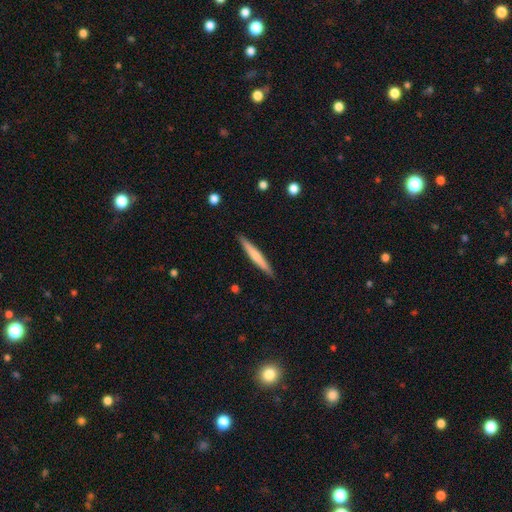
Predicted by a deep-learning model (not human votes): Q: Smooth or featured?
A: smooth (59%); runner-up: featured or disk (36%)
Q: How rounded?
A: cigar-shaped (96%); runner-up: in between (3%)
Q: Merging?
A: none (91%); runner-up: minor disturbance (7%)